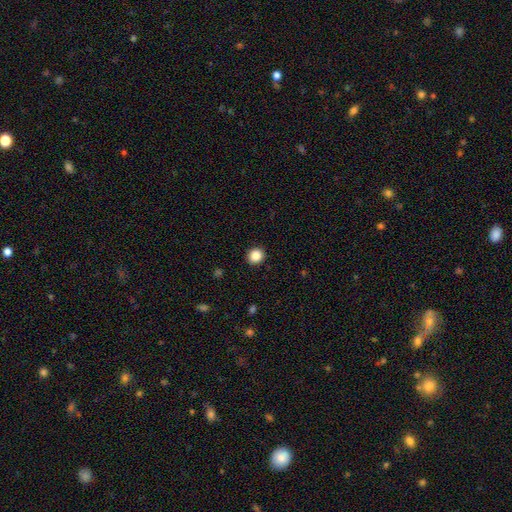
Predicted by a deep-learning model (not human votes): smooth 87%, star or artifact 10%, featured or disk 3%. Down the decision tree: how rounded — round (86%); merging — none (92%).